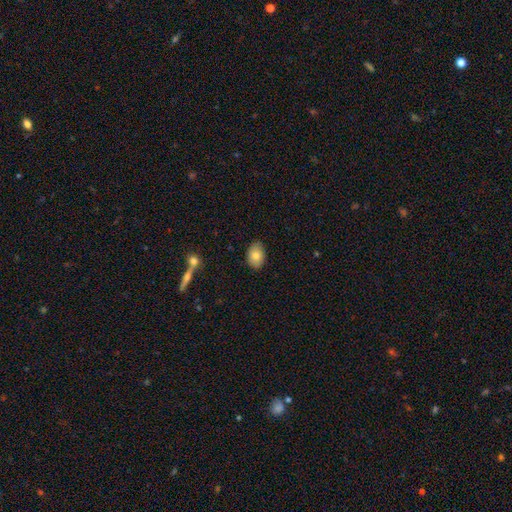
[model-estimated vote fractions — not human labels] This is likely a smooth galaxy (78%). How rounded: clearly in between (81%). Merging: clearly none (84%).